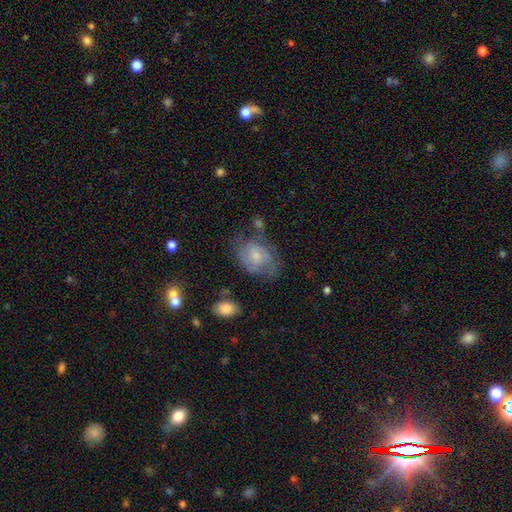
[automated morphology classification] Overall: featured or disk (49%; smooth 42%). Merging: none (47%; minor disturbance 27%).